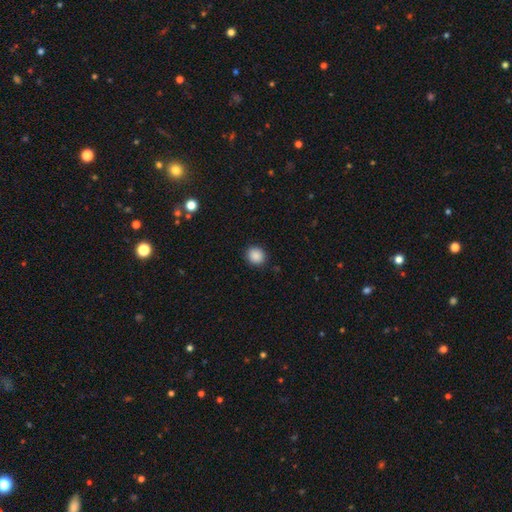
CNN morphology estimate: smooth-or-featured: smooth: 89% | star or artifact: 9% | featured or disk: 3%
  how-rounded: round: 79% | in between: 20% | cigar-shaped: 1%
  merging: none: 90% | minor disturbance: 7% | major disturbance: 2% | merger: 1%